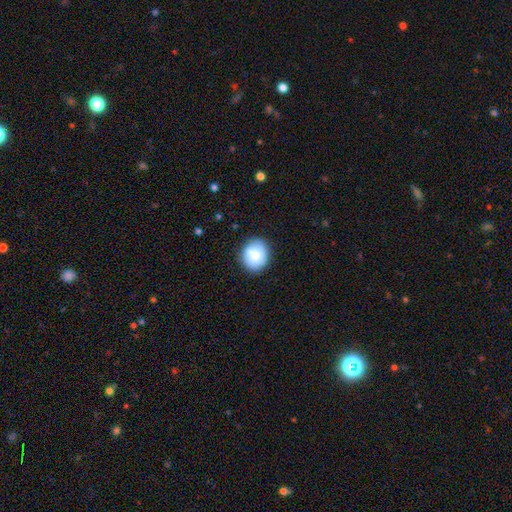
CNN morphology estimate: Q: Smooth or featured?
A: smooth (83%); runner-up: featured or disk (10%)
Q: How rounded?
A: round (76%); runner-up: in between (23%)
Q: Merging?
A: none (85%); runner-up: minor disturbance (11%)